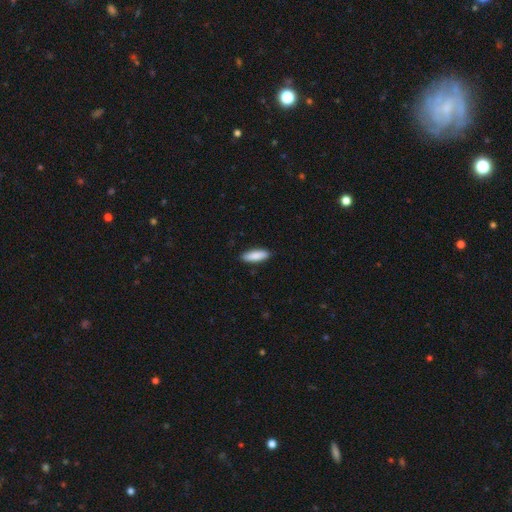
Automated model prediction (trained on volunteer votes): This is clearly a smooth galaxy (88%). How rounded: possibly in between (52%). Merging: clearly none (89%).